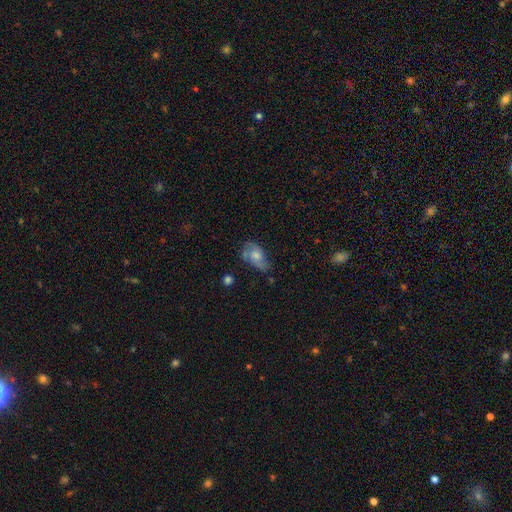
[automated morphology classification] Overall: featured or disk (46%, tied with smooth). Merging: none (47%; minor disturbance 31%).